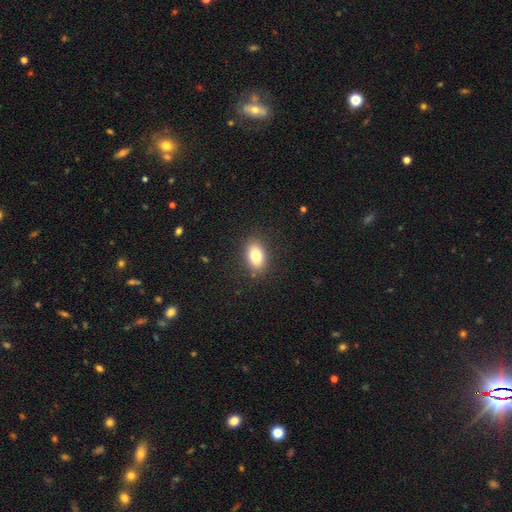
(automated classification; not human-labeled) smooth 80%, featured or disk 11%, star or artifact 9%. Down the decision tree: how rounded — in between (85%); merging — none (87%).